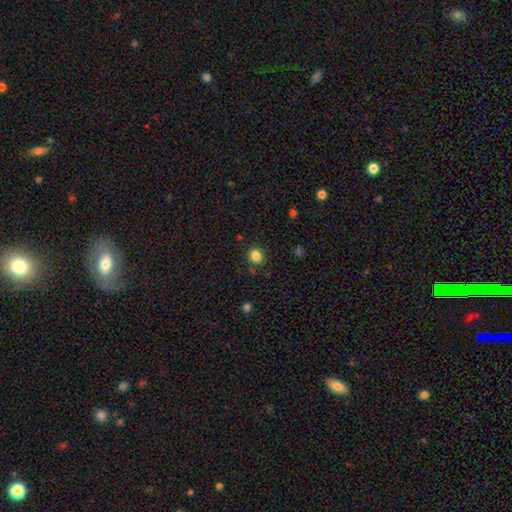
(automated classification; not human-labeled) Morphology: type=smooth (84%); roundness=round (85%); merging=none (86%).